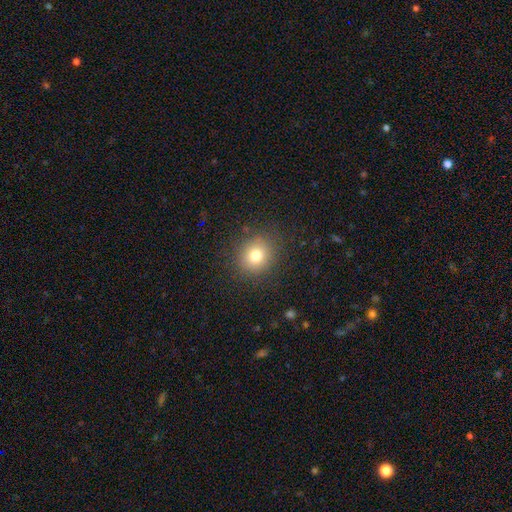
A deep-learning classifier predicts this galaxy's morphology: type=smooth (77%); roundness=round (82%); merging=none (87%).